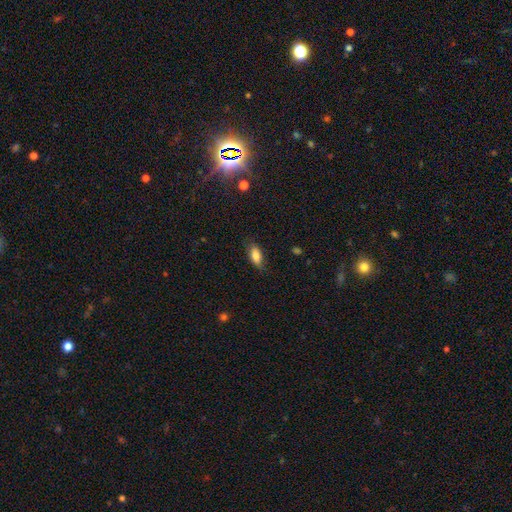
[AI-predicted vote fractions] Smooth or featured: smooth — 82% (featured or disk — 11%)
How rounded: in between — 85% (cigar-shaped — 11%)
Merging: none — 76% (minor disturbance — 19%)